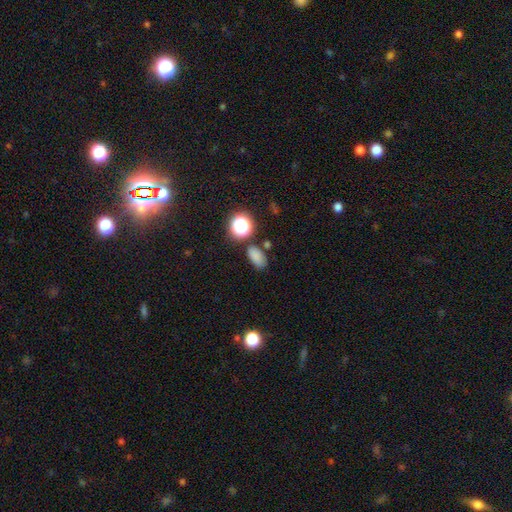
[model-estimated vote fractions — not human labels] A smooth galaxy with no disk features (77%) that is in between round and cigar-shaped (86%). Merging: none (73%).